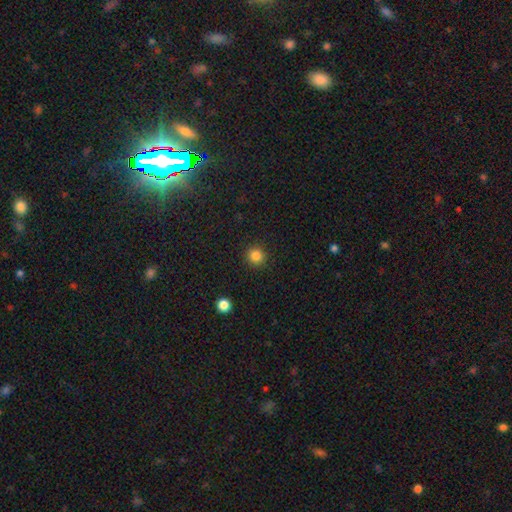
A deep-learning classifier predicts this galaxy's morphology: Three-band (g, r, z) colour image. It shows a smooth galaxy with no disk features (84%) that is round (92%). Merging: none (91%).